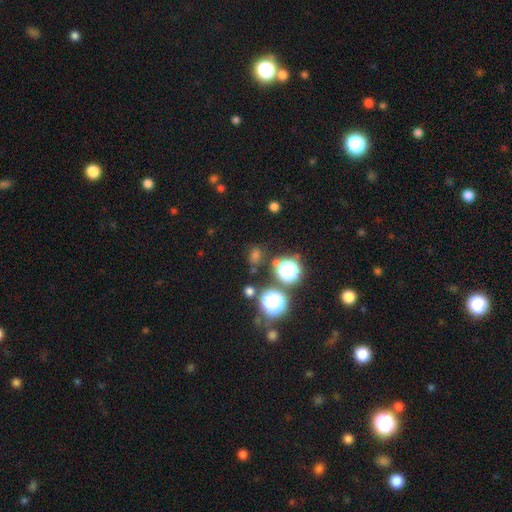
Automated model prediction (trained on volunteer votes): smooth 51%, star or artifact 40%, featured or disk 8%. Down the decision tree: how rounded — round (70%); merging — none (77%).